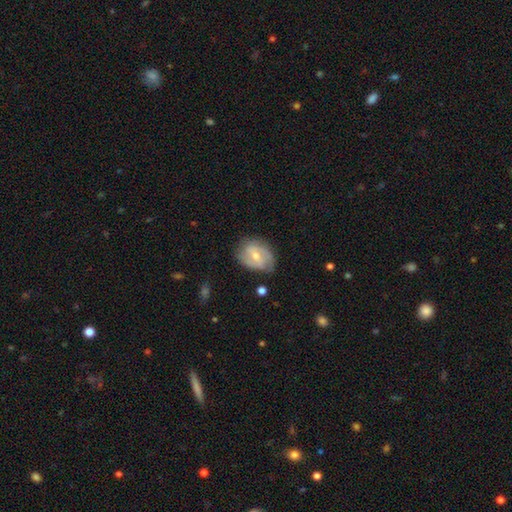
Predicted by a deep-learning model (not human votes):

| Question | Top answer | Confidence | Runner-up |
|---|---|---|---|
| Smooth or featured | featured or disk | 60% | smooth (33%) |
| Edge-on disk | no | 96% | yes (4%) |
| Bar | weak | 51% | no (31%) |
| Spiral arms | yes | 82% | no (18%) |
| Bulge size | moderate | 53% | small (41%) |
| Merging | none | 64% | minor disturbance (26%) |